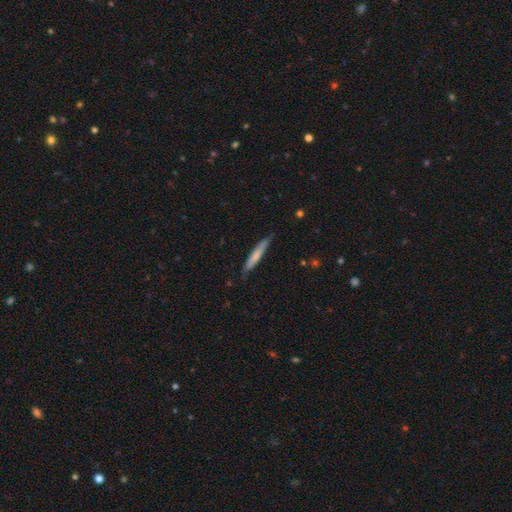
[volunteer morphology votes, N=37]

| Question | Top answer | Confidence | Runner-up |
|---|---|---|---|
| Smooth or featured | smooth | 59% | featured or disk (32%) |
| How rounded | cigar-shaped | 100% | — |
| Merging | none | 71% | minor disturbance (26%) |